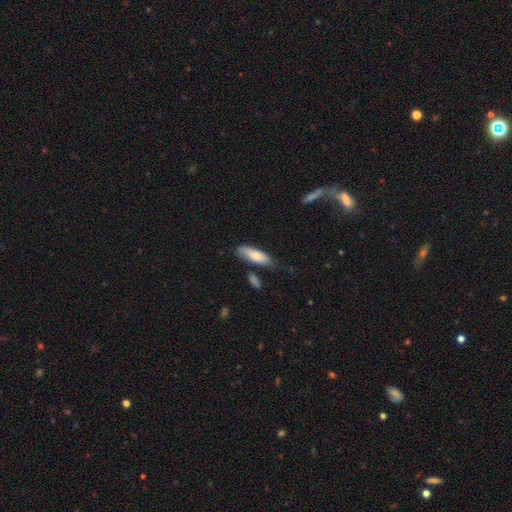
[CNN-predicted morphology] type=smooth (77%); roundness=in between (56%); merging=none (65%).